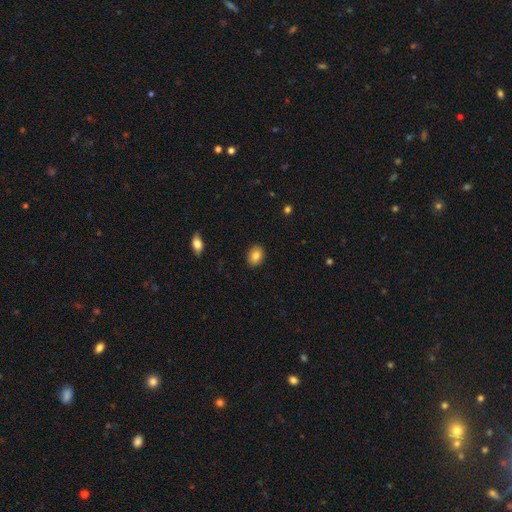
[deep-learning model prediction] Q: Smooth or featured?
A: smooth (84%); runner-up: star or artifact (8%)
Q: How rounded?
A: in between (65%); runner-up: round (34%)
Q: Merging?
A: none (89%); runner-up: minor disturbance (8%)